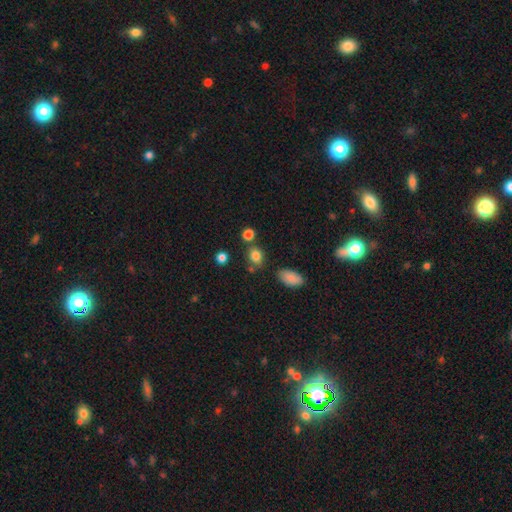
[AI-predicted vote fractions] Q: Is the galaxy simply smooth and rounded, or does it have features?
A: smooth — 82%.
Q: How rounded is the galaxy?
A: round — 56%.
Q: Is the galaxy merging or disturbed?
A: none — 70%.